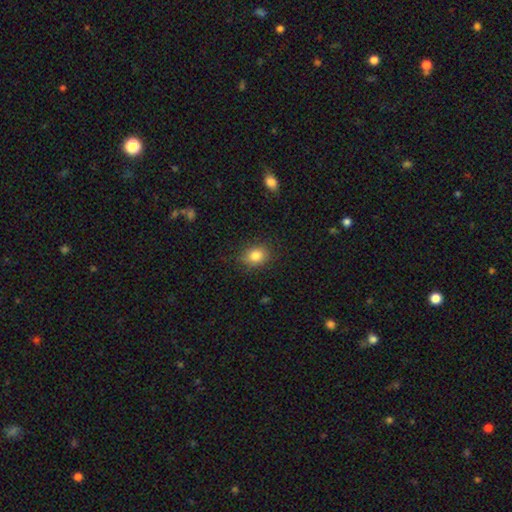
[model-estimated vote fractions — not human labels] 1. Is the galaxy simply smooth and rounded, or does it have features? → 83% smooth, 10% star or artifact, 6% featured or disk.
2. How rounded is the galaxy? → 54% round, 45% in between, 1% cigar-shaped.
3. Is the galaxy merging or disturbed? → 84% none, 11% minor disturbance, 3% major disturbance, 1% merger.